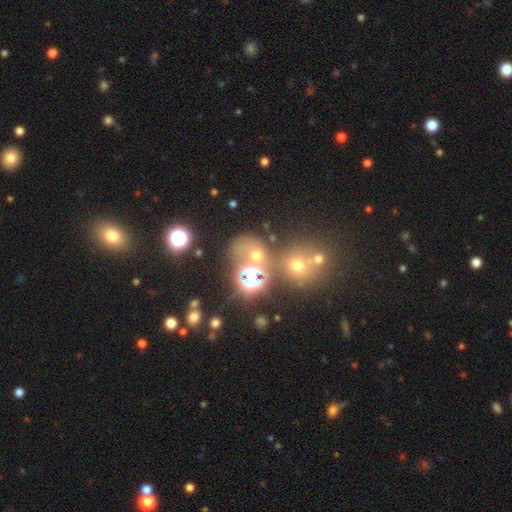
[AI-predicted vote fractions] smooth_or_featured: smooth (p=0.47) [alt: star or artifact p=0.39]
merging: none (p=0.46) [alt: merger p=0.34]